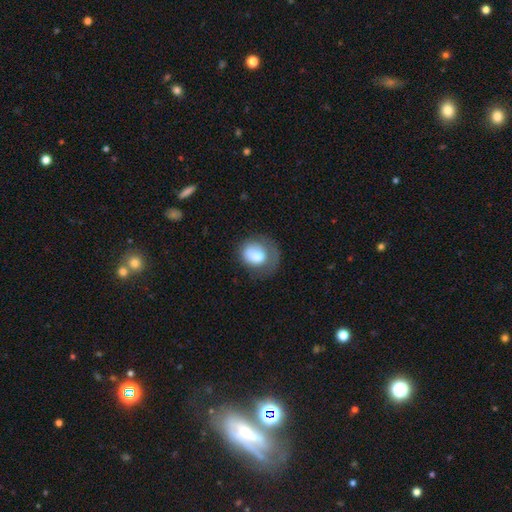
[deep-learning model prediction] Smooth or featured?
  - smooth: 66% *
  - featured or disk: 26%
  - star or artifact: 8%
How rounded?
  - round: 56% *
  - in between: 43%
  - cigar-shaped: 1%
Merging?
  - none: 40% *
  - major disturbance: 29%
  - minor disturbance: 25%
  - merger: 6%